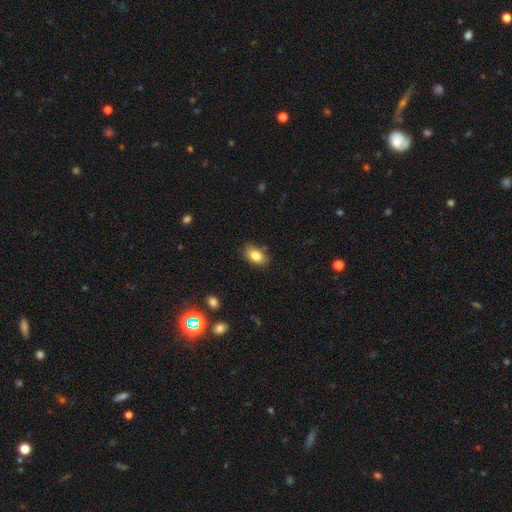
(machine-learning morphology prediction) Smooth or featured? Predicted: smooth (p=0.83). How rounded? Predicted: in between (p=0.88). Merging? Predicted: none (p=0.82).